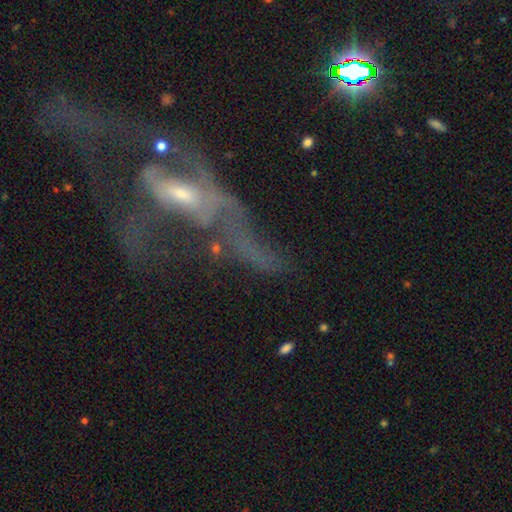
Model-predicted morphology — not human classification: A featured or disk galaxy (66%) with no bar (55%), spiral arms (51%) and a small central bulge (47%). Merging: major disturbance (50%).